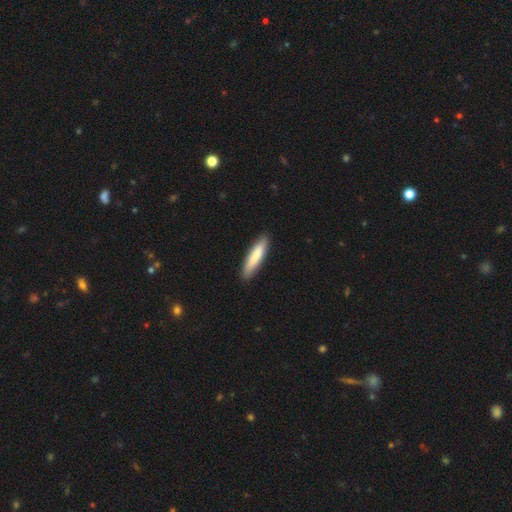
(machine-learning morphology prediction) Overall: smooth (83%). How rounded: cigar-shaped (82%). Merging: none (88%).